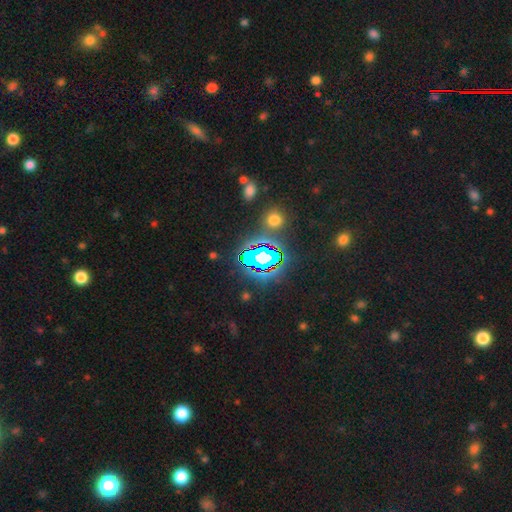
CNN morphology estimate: Smooth or featured? Predicted: star or artifact (p=0.79).